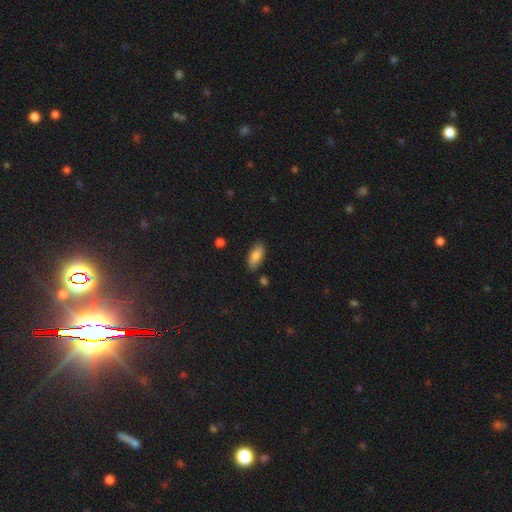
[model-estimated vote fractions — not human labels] smooth_or_featured: smooth (p=0.81) [alt: featured or disk p=0.12]
how_rounded: in between (p=0.86) [alt: cigar-shaped p=0.11]
merging: none (p=0.84) [alt: minor disturbance p=0.11]